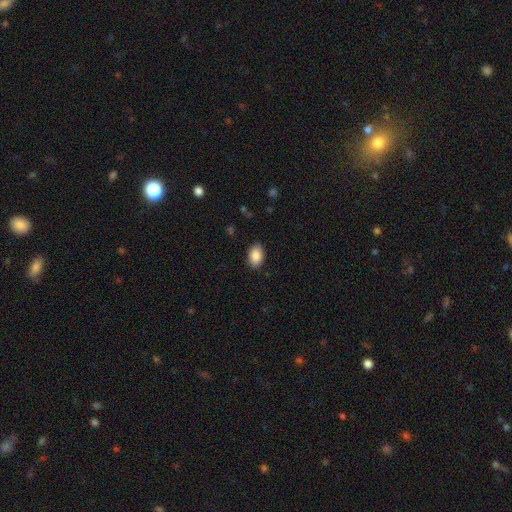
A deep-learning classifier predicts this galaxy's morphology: Smooth or featured: smooth — 89% (star or artifact — 7%)
How rounded: in between — 90% (round — 9%)
Merging: none — 88% (minor disturbance — 9%)